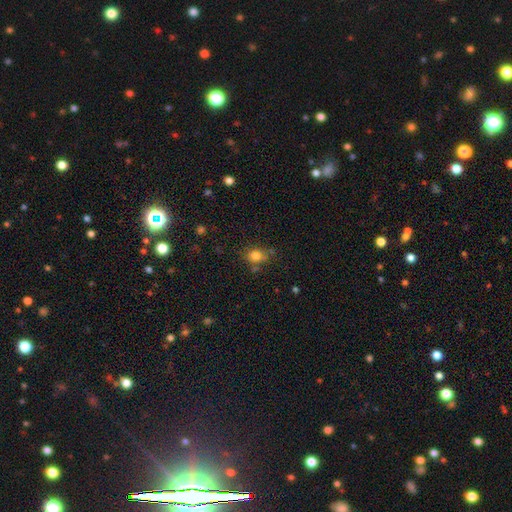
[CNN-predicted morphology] type=smooth (80%); roundness=round (60%); merging=none (67%).